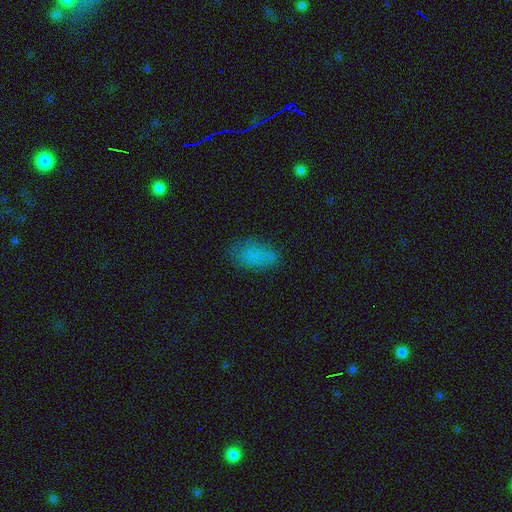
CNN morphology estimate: This is clearly a smooth galaxy (80%). How rounded: clearly in between (92%). Merging: likely none (69%).